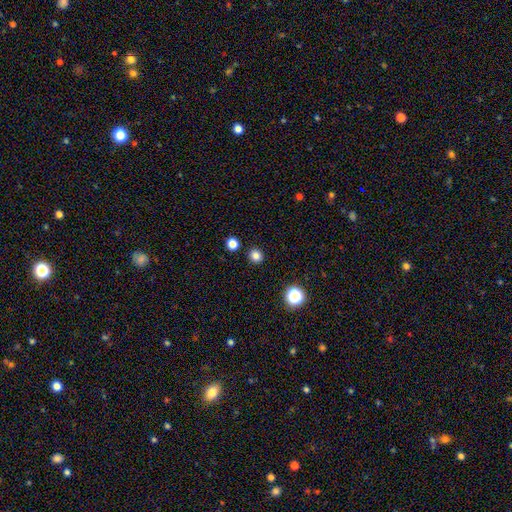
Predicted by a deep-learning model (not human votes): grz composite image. It shows a smooth galaxy with no disk features (82%) that is round (89%). Merging: none (91%).